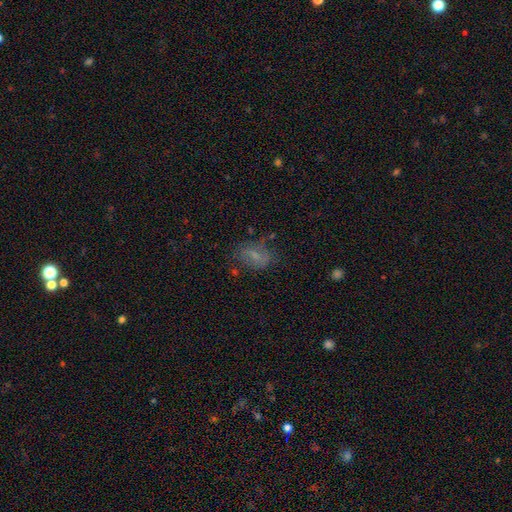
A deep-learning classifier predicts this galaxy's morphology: Smooth or featured? Predicted: smooth (p=0.52). How rounded? Predicted: in between (p=0.78). Merging? Predicted: none (p=0.61).